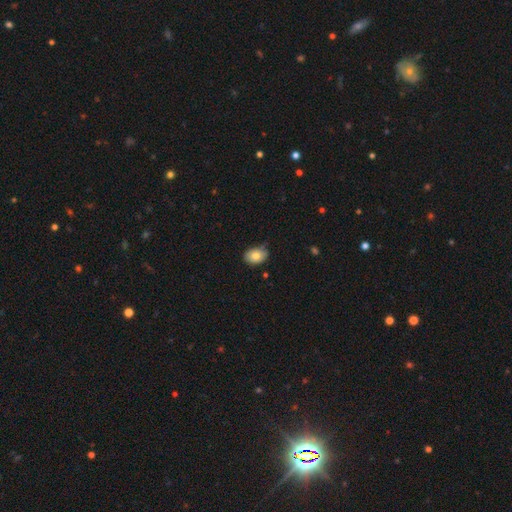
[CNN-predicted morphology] The model was most divided on "merging": none: 70%, minor disturbance: 24%, major disturbance: 3%, merger: 2%. More confident: smooth or featured — smooth (79%); how rounded — in between (78%).